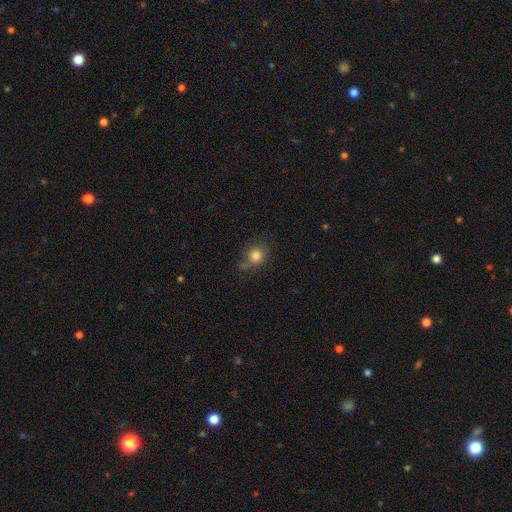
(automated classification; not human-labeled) Q: Smooth or featured?
A: smooth (82%); runner-up: star or artifact (11%)
Q: How rounded?
A: round (83%); runner-up: in between (16%)
Q: Merging?
A: none (67%); runner-up: minor disturbance (19%)